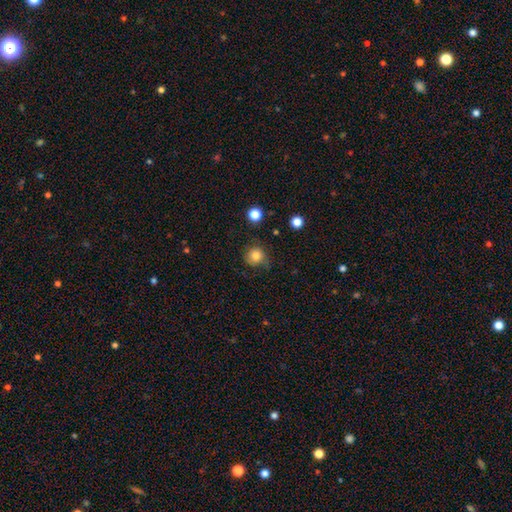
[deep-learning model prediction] Smooth or featured: smooth — 82% (star or artifact — 11%)
How rounded: round — 90% (in between — 9%)
Merging: none — 72% (minor disturbance — 20%)